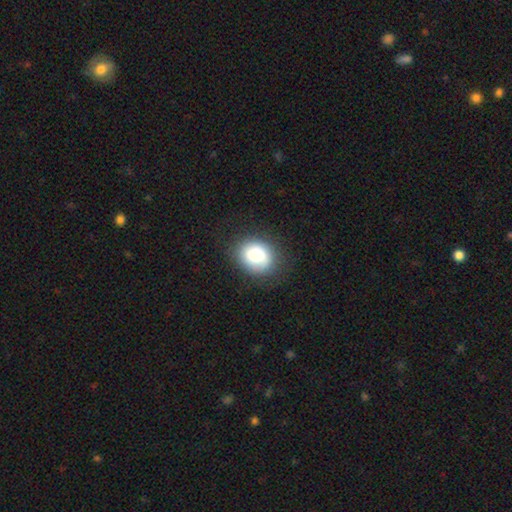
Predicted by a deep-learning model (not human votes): Smooth or featured? Predicted: smooth (p=0.81). How rounded? Predicted: in between (p=0.50). Merging? Predicted: none (p=0.81).